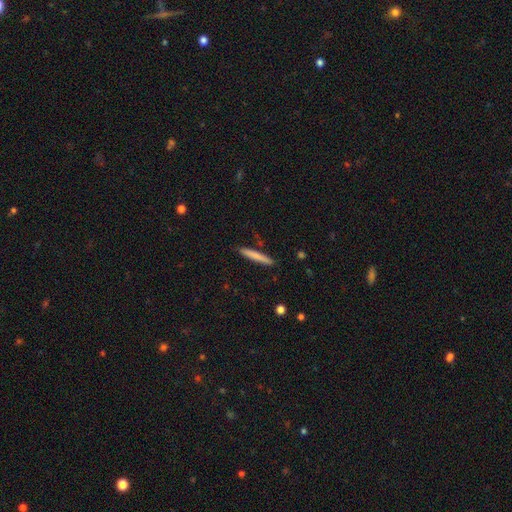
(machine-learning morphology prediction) Smooth or featured: smooth — 76% (featured or disk — 19%)
How rounded: cigar-shaped — 95% (in between — 3%)
Merging: none — 89% (minor disturbance — 8%)